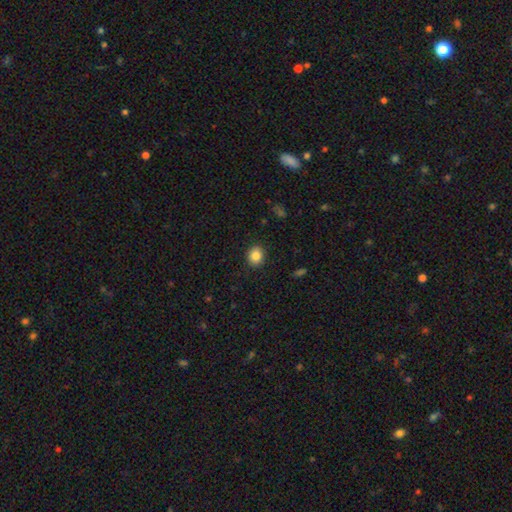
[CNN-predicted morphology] Smooth or featured? smooth (85%)
How rounded? round (68%)
Merging? none (90%)